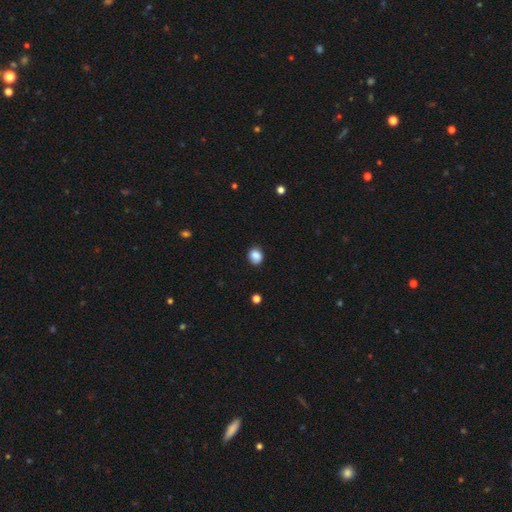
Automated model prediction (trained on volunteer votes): smooth 87%, star or artifact 9%, featured or disk 4%. Down the decision tree: how rounded — round (60%); merging — none (85%).